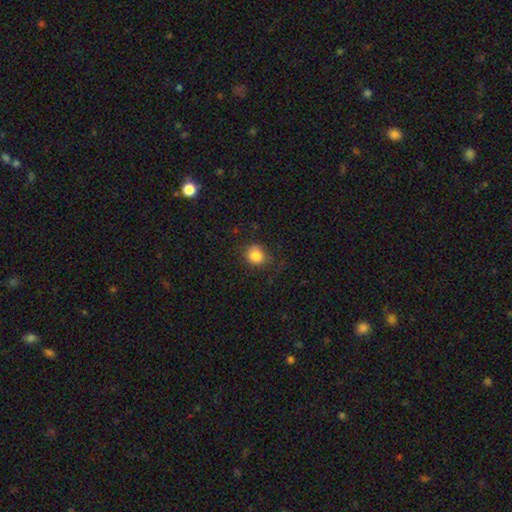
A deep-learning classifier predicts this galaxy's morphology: type=smooth (84%); roundness=round (78%); merging=none (74%).